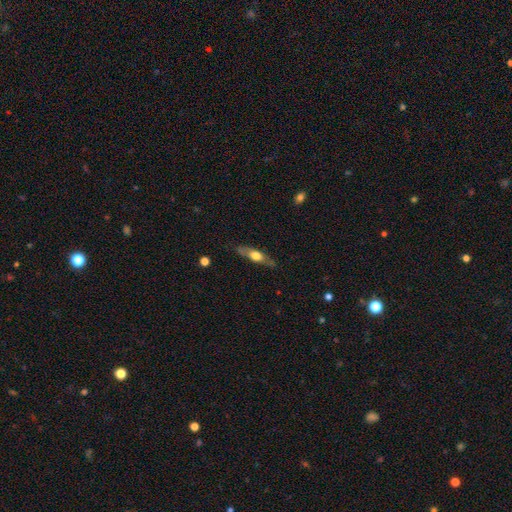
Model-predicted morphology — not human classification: Overall: featured or disk (50%; smooth 44%). Edge-on disk: yes (73%). Merging: none (75%).